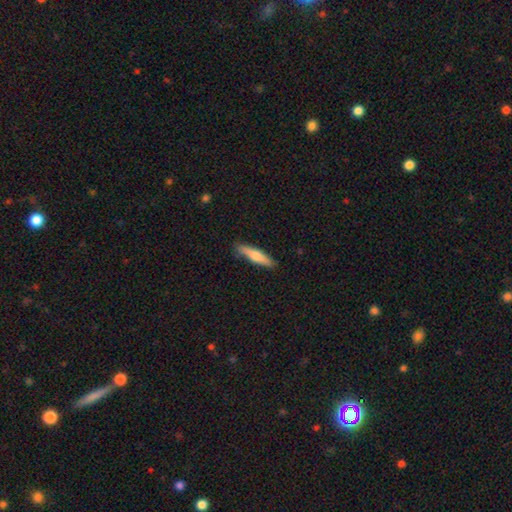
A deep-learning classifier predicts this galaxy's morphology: Smooth or featured? smooth (64%)
How rounded? cigar-shaped (84%)
Merging? none (85%)